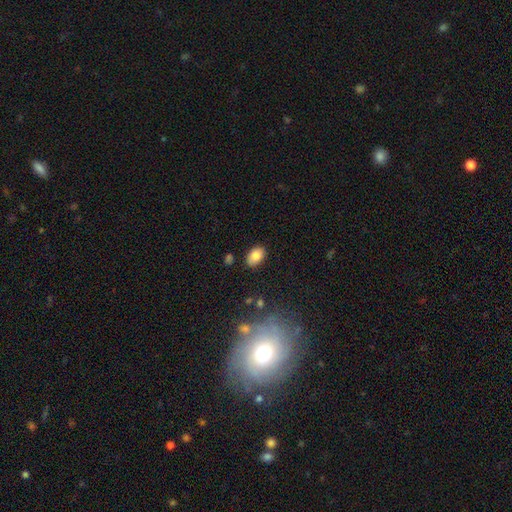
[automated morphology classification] Smooth or featured?
  - smooth: 84% *
  - star or artifact: 8%
  - featured or disk: 8%
How rounded?
  - in between: 87% *
  - round: 12%
  - cigar-shaped: 1%
Merging?
  - none: 84% *
  - minor disturbance: 12%
  - major disturbance: 3%
  - merger: 2%